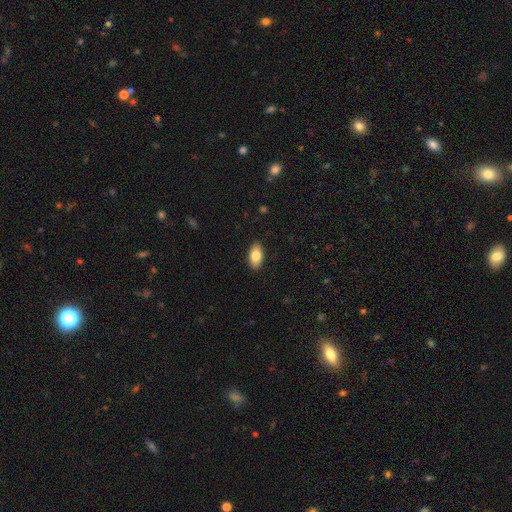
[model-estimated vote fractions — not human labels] The model was most divided on "smooth or featured": smooth: 81%, featured or disk: 12%, star or artifact: 7%. More confident: how rounded — in between (92%); merging — none (90%).